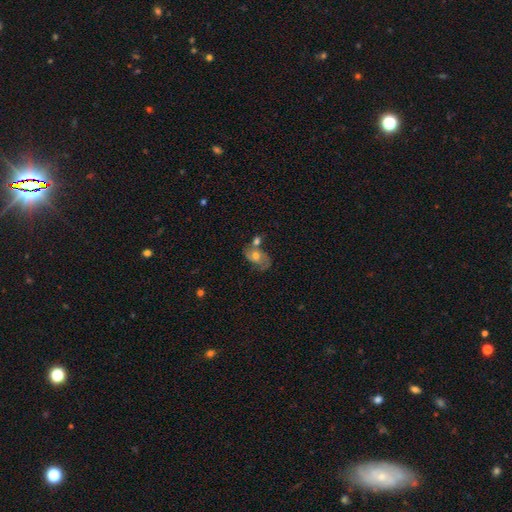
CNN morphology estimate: This is possibly a featured or disk galaxy (53%). It is clearly not viewed edge-on (96%). Bar: likely no (75%). Spiral arm pattern: likely yes (75%). Central bulge: likely moderate (69%). Merging: marginally none (37%).